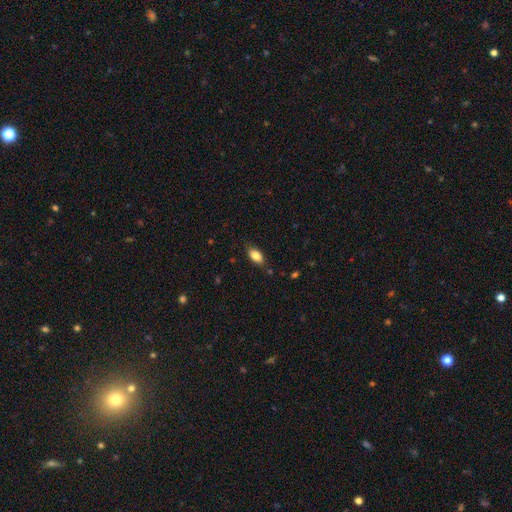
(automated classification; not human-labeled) This appears to be a smooth galaxy with no disk features (83%) that is in between round and cigar-shaped (89%). Merging: none (82%).